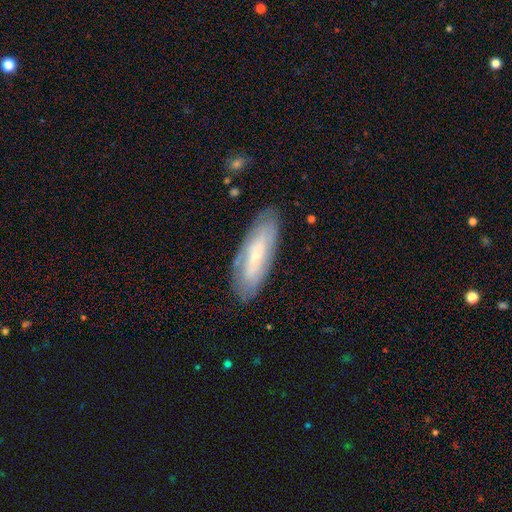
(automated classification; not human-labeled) Smooth or featured?
  - featured or disk: 57% *
  - smooth: 36%
  - star or artifact: 7%
Edge-on disk?
  - no: 77% *
  - yes: 23%
Merging?
  - none: 81% *
  - minor disturbance: 14%
  - major disturbance: 4%
  - merger: 1%